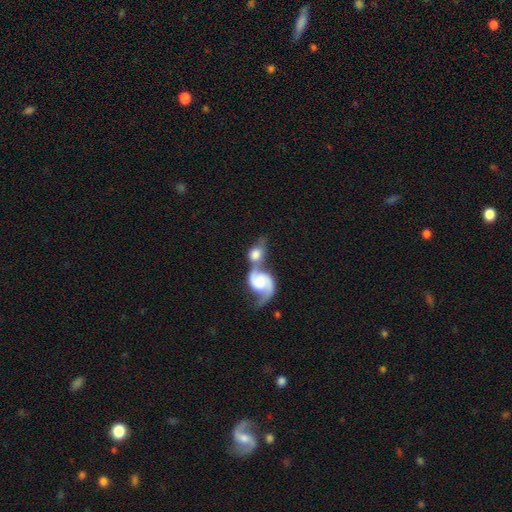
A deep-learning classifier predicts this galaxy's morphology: This is likely a featured or disk galaxy (71%). It is clearly not viewed edge-on (96%). Bar: possibly no (57%). Spiral arm pattern: clearly yes (92%). Spiral arm count: likely 2 (76%). Spiral winding: possibly loose (49%). Central bulge: marginally moderate (35%). Merging: likely merger (70%).